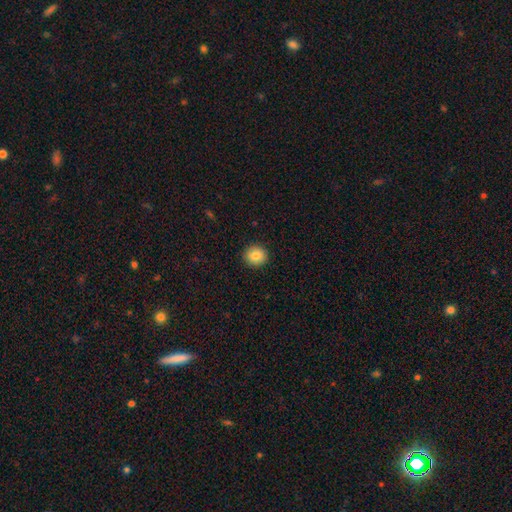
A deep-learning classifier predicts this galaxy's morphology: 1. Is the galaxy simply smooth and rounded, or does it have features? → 84% smooth, 9% star or artifact, 7% featured or disk.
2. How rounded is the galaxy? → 89% round, 10% in between, 1% cigar-shaped.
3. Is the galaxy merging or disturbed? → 92% none, 5% minor disturbance, 2% major disturbance, 1% merger.